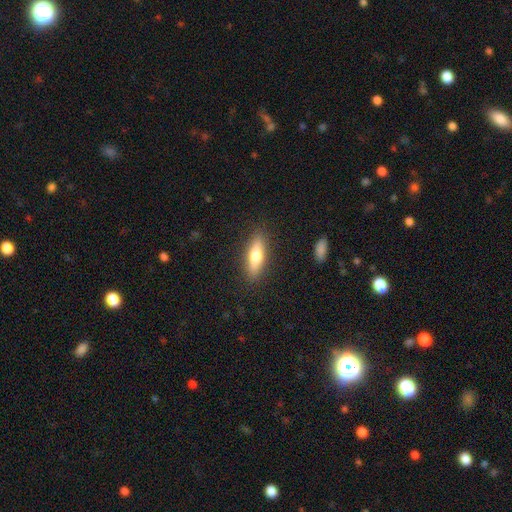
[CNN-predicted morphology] Smooth or featured: smooth — 64% (featured or disk — 30%)
How rounded: cigar-shaped — 54% (in between — 43%)
Merging: none — 88% (minor disturbance — 8%)